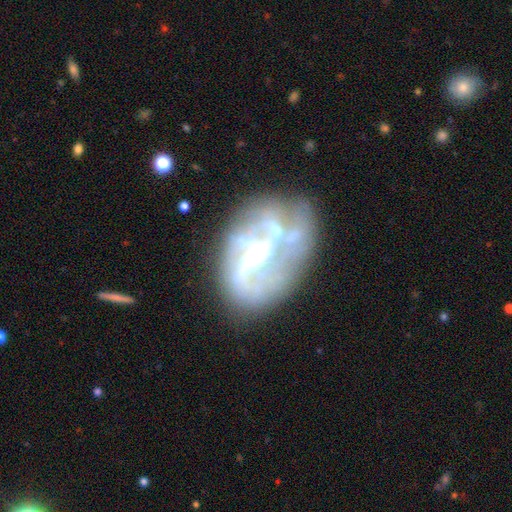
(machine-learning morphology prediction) Q: Smooth or featured?
A: featured or disk (80%); runner-up: smooth (11%)
Q: Edge-on disk?
A: no (97%); runner-up: yes (3%)
Q: Bar?
A: weak (40%); runner-up: strong (30%)
Q: Spiral arms?
A: yes (73%); runner-up: no (27%)
Q: Spiral winding?
A: loose (50%); runner-up: medium (34%)
Q: Spiral arm count?
A: 2 (45%); runner-up: can't tell (26%)
Q: Bulge size?
A: small (45%); runner-up: moderate (33%)
Q: Merging?
A: none (44%); runner-up: major disturbance (25%)